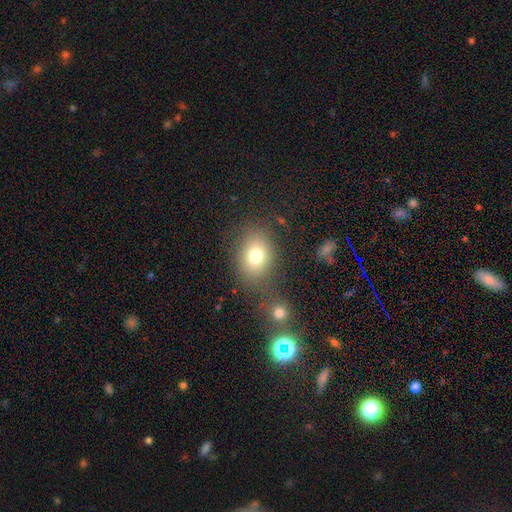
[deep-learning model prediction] Smooth or featured: smooth — 76% (star or artifact — 13%)
How rounded: in between — 55% (round — 44%)
Merging: none — 68% (merger — 13%)